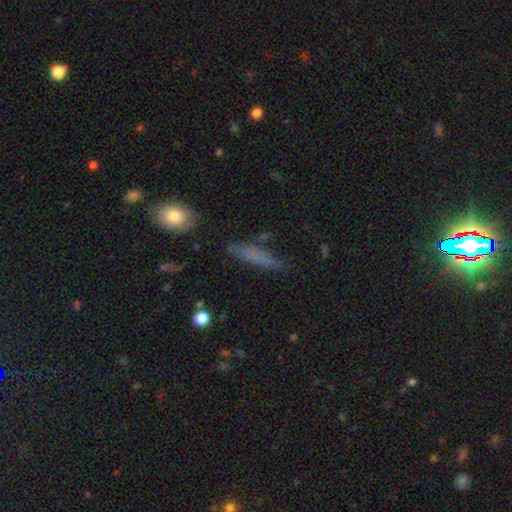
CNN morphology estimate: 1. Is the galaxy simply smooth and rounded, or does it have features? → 64% smooth, 24% featured or disk, 12% star or artifact.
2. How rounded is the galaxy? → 82% cigar-shaped, 15% in between, 3% round.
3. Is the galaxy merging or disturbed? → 75% none, 17% minor disturbance, 5% major disturbance, 3% merger.